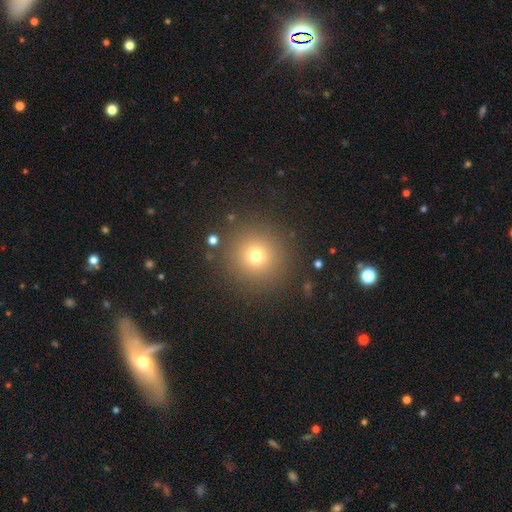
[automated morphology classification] Overall: smooth (71%). How rounded: round (95%). Merging: none (88%).